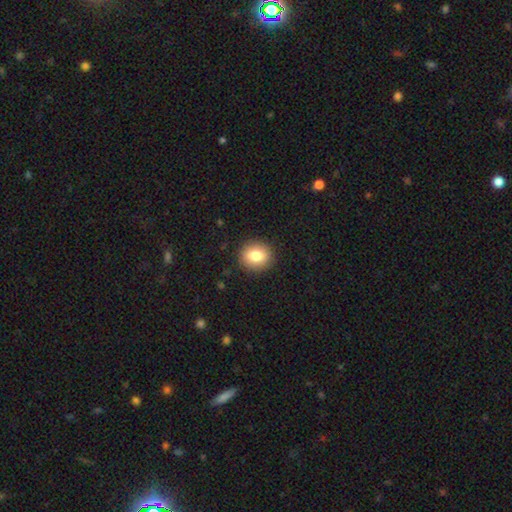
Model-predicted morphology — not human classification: Overall: smooth (82%). How rounded: round (81%). Merging: none (90%).